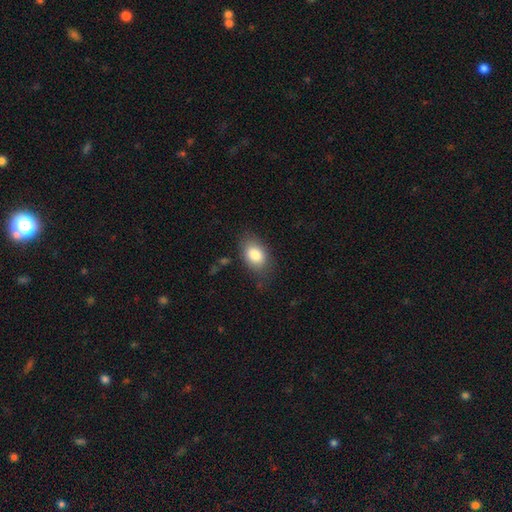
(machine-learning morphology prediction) The model was most divided on "merging": none: 74%, minor disturbance: 18%, major disturbance: 6%, merger: 2%. More confident: how rounded — in between (84%); smooth or featured — smooth (83%).